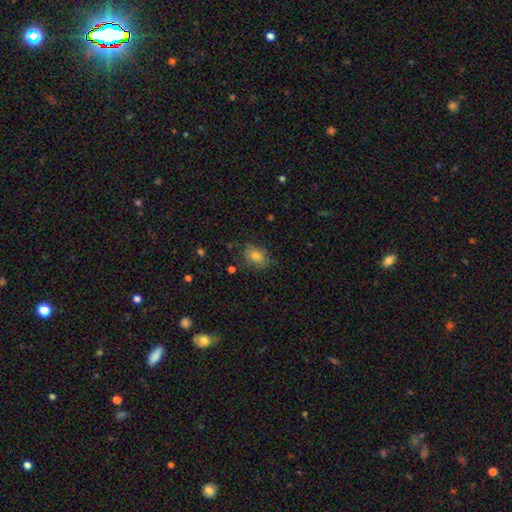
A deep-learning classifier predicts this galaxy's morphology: type=smooth (71%); roundness=in between (69%); merging=none (73%).